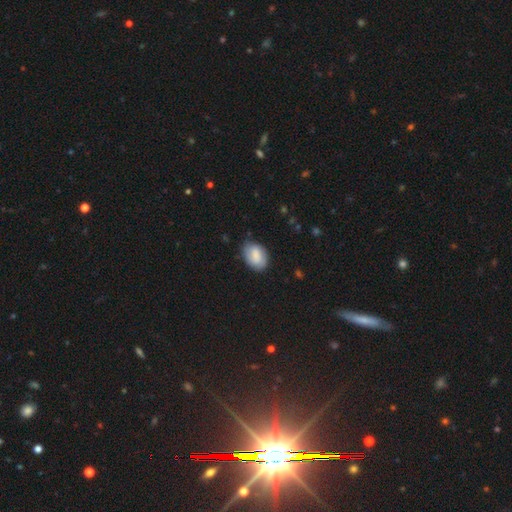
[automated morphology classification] The model was most divided on "merging": none: 75%, minor disturbance: 19%, major disturbance: 4%, merger: 1%. More confident: how rounded — in between (82%); smooth or featured — smooth (76%).